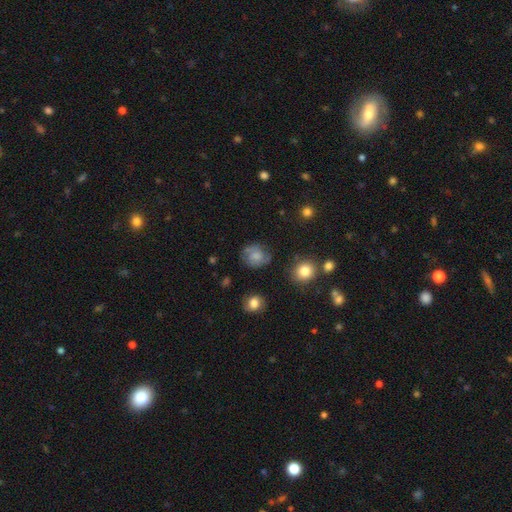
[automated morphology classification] Smooth or featured: featured or disk — 46% (smooth — 44%)
Merging: none — 71% (minor disturbance — 19%)